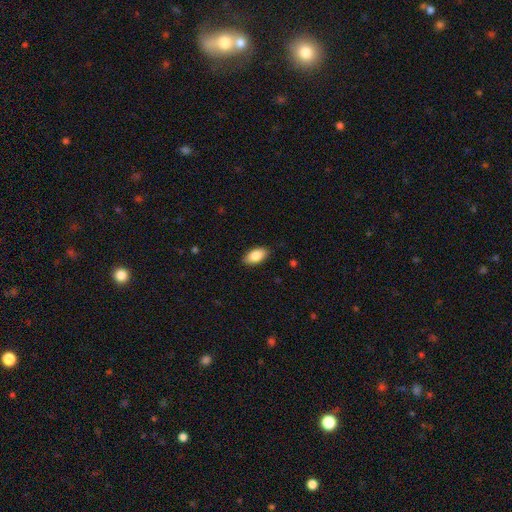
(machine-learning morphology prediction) smooth 87%, featured or disk 7%, star or artifact 6%. Down the decision tree: how rounded — in between (93%); merging — none (86%).